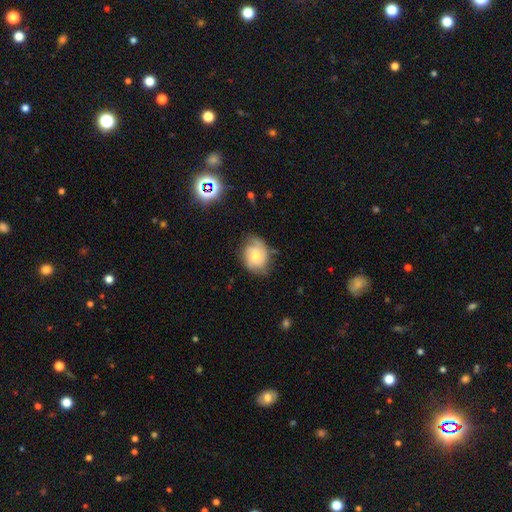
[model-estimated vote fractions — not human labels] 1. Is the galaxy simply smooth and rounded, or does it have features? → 64% featured or disk, 29% smooth, 8% star or artifact.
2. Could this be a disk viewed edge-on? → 97% no, 3% yes.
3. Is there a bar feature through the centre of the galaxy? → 63% no, 32% weak, 4% strong.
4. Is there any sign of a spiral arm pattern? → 91% yes, 9% no.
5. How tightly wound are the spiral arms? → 48% tight, 38% medium, 14% loose.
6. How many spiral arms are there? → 41% 2, 25% can't tell, 20% 3, 8% 1, 3% 4, 3% more than 4.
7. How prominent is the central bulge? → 52% moderate, 37% small, 5% large, 5% none, 1% dominant.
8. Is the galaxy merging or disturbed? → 64% none, 25% minor disturbance, 9% major disturbance, 2% merger.